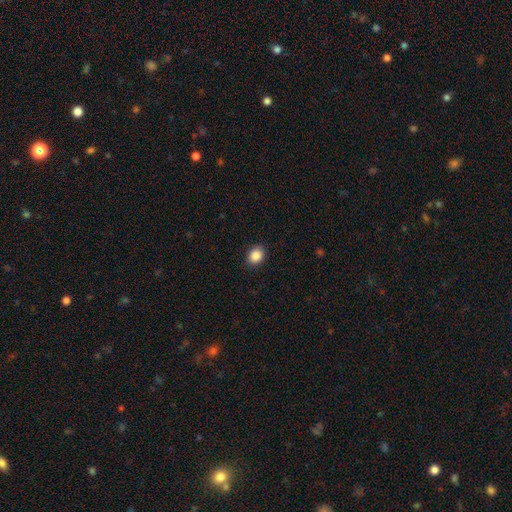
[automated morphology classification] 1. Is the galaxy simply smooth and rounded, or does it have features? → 88% smooth, 9% star or artifact, 3% featured or disk.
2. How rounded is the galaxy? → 52% round, 47% in between, 1% cigar-shaped.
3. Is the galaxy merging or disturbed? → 90% none, 7% minor disturbance, 2% major disturbance, 1% merger.